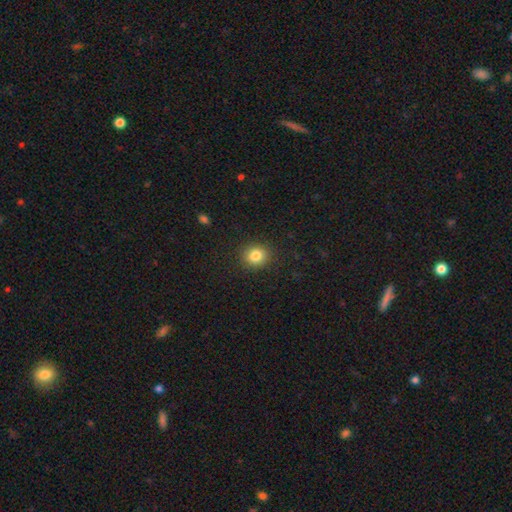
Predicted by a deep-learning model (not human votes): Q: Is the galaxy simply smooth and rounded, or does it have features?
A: smooth — 83%.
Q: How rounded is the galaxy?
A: round — 79%.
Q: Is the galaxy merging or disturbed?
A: none — 90%.